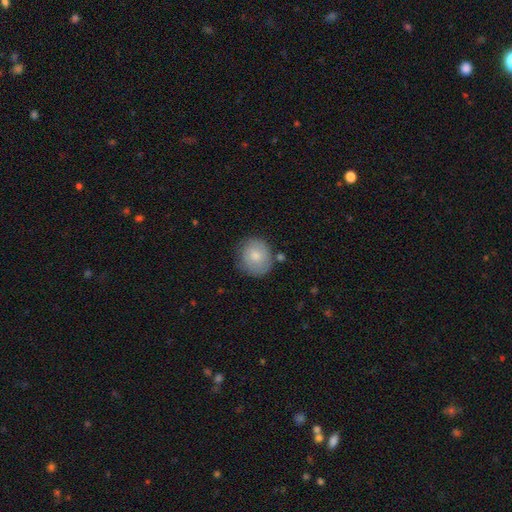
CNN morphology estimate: Overall: smooth (74%). How rounded: round (81%). Merging: none (71%).